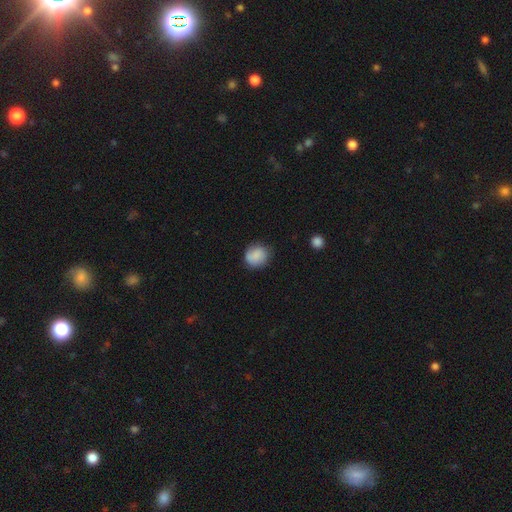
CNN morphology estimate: smooth_or_featured: smooth (p=0.78) [alt: featured or disk p=0.14]
how_rounded: round (p=0.82) [alt: in between p=0.17]
merging: none (p=0.77) [alt: minor disturbance p=0.18]